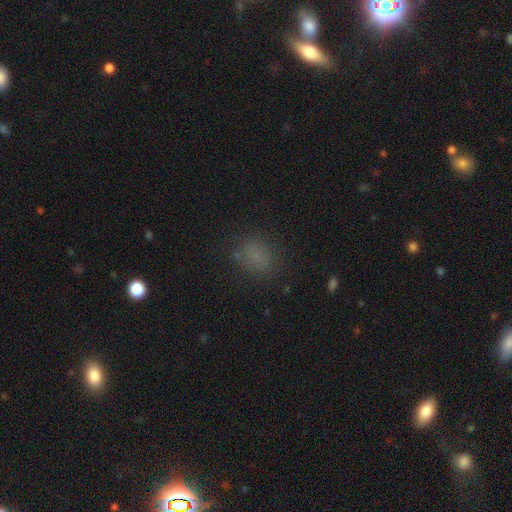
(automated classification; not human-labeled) This is likely a smooth galaxy (75%). How rounded: possibly in between (56%). Merging: likely none (79%).